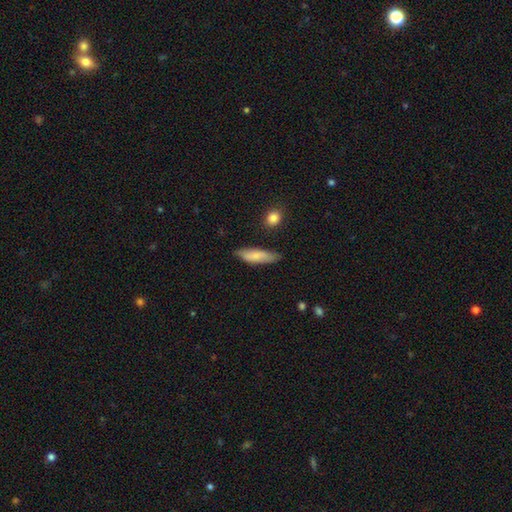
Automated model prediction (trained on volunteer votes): This is likely a smooth galaxy (74%). How rounded: possibly cigar-shaped (55%). Merging: likely none (78%).